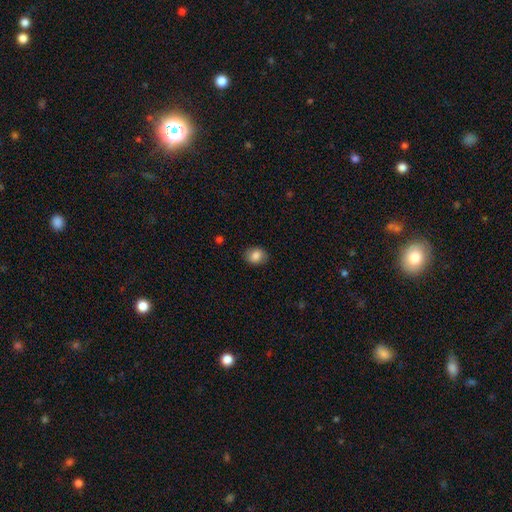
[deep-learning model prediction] Overall: smooth (85%). How rounded: in between (52%; round 47%). Merging: none (84%).